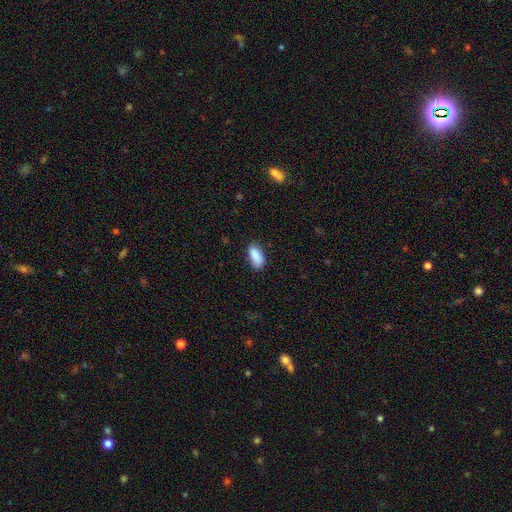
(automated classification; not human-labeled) This appears to be a smooth galaxy with no disk features (90%) that is in between round and cigar-shaped (91%). Merging: none (82%).